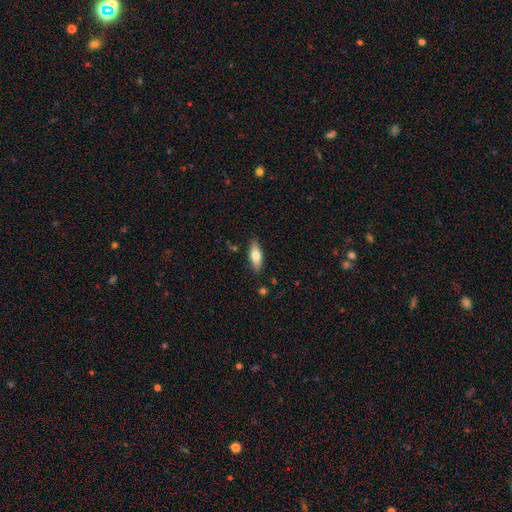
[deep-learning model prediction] A smooth galaxy with no disk features (65%) that is in between round and cigar-shaped (67%). Merging: none (84%).